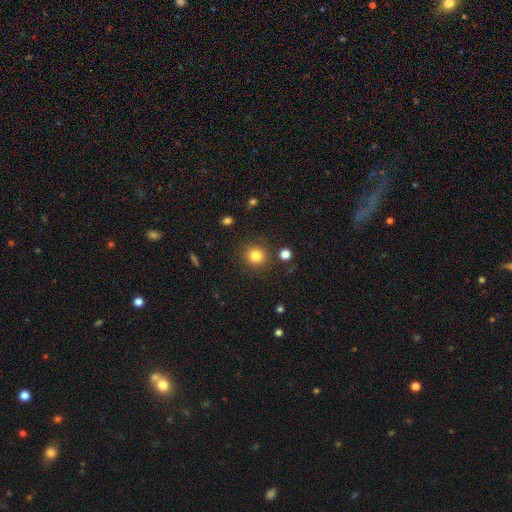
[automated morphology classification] Smooth or featured? smooth (83%)
How rounded? round (92%)
Merging? none (88%)